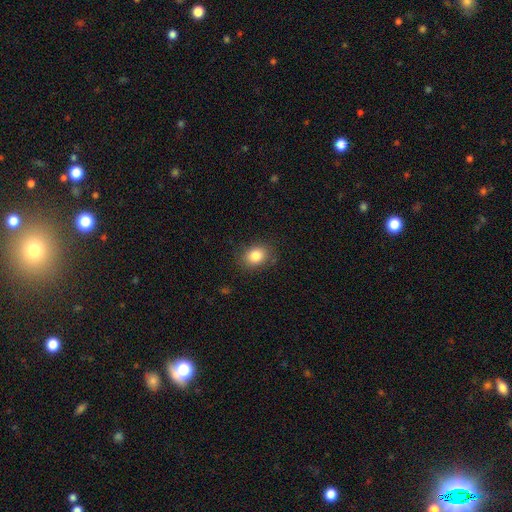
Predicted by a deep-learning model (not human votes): A smooth galaxy with no disk features (84%) that is in between round and cigar-shaped (58%).

Vote fractions:
- Smooth or featured? smooth: 84% / star or artifact: 10% / featured or disk: 7%
- How rounded? in between: 58% / round: 41% / cigar-shaped: 1%
- Merging? none: 85% / minor disturbance: 11% / major disturbance: 3% / merger: 1%